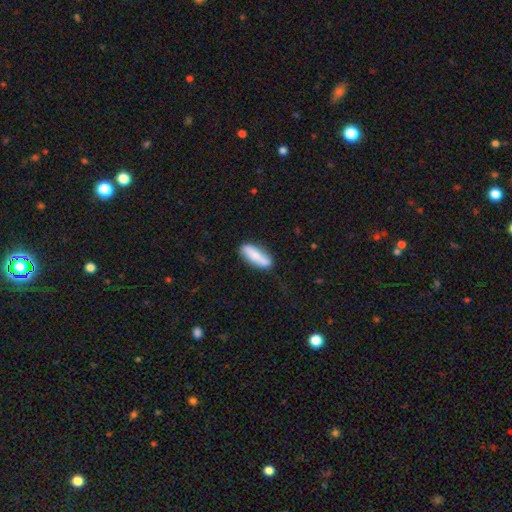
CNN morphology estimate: This is likely a smooth galaxy (71%). How rounded: possibly in between (50%). Merging: likely none (76%).